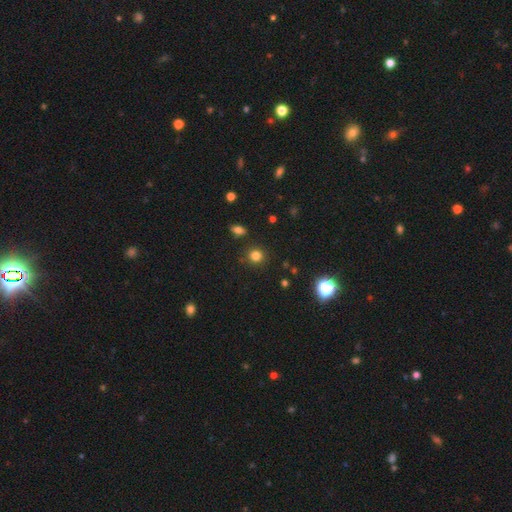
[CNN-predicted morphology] The model was most divided on "smooth or featured": smooth: 80%, star or artifact: 15%, featured or disk: 5%. More confident: how rounded — round (90%); merging — none (88%).